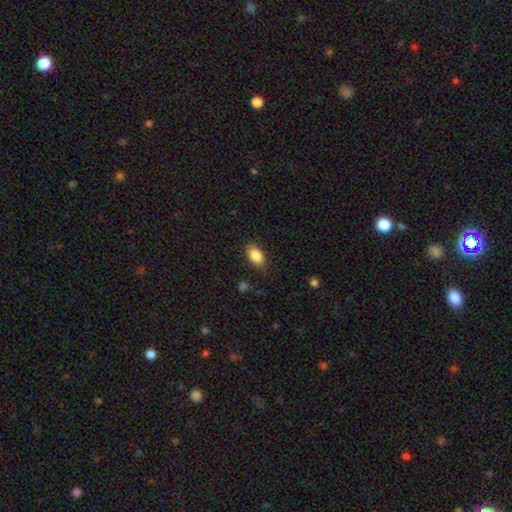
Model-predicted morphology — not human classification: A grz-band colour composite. It shows a smooth galaxy with no disk features (88%) that is in between round and cigar-shaped (91%). Merging: none (84%).